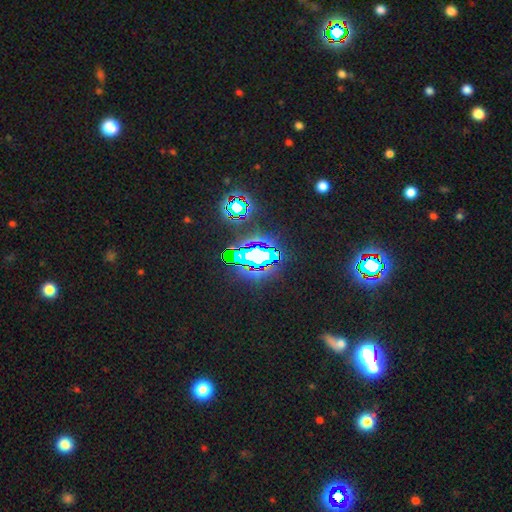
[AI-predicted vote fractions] Smooth or featured? Predicted: star or artifact (p=0.72).